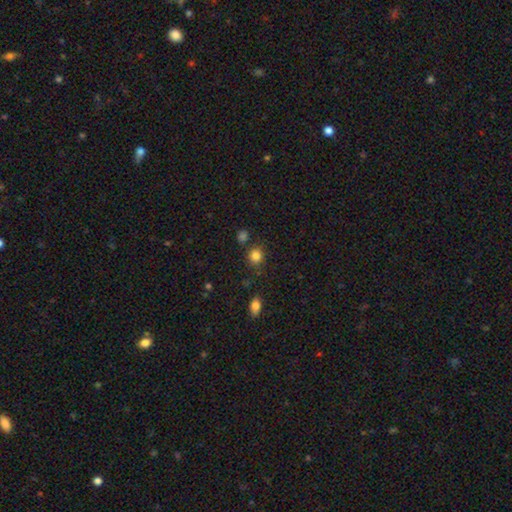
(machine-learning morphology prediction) smooth_or_featured: smooth (p=0.84) [alt: star or artifact p=0.12]
how_rounded: round (p=0.83) [alt: in between p=0.16]
merging: none (p=0.80) [alt: minor disturbance p=0.10]